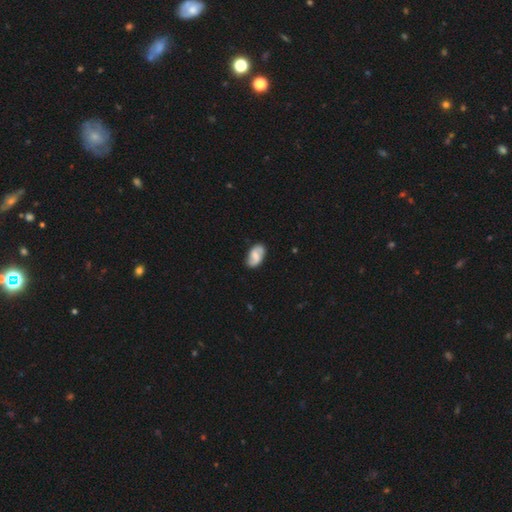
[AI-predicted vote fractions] A featured or disk galaxy (57%) with a weak bar (50%), spiral arms (89%) and a moderate central bulge (34%).

Vote fractions:
- Smooth or featured? featured or disk: 57% / smooth: 37% / star or artifact: 7%
- Edge-on disk? no: 96% / yes: 4%
- Bar? weak: 50% / no: 33% / strong: 17%
- Spiral arms? yes: 89% / no: 11%
- Bulge size? moderate: 34% / small: 32% / none: 24% / large: 8% / dominant: 2%
- Merging? none: 81% / minor disturbance: 15% / major disturbance: 3% / merger: 2%